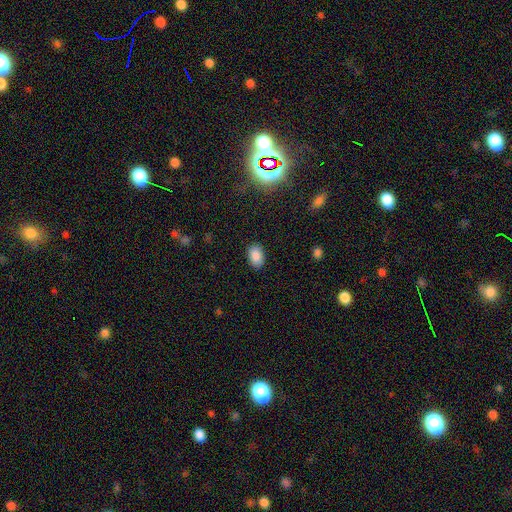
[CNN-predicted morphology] type=smooth (87%); roundness=in between (86%); merging=none (87%).